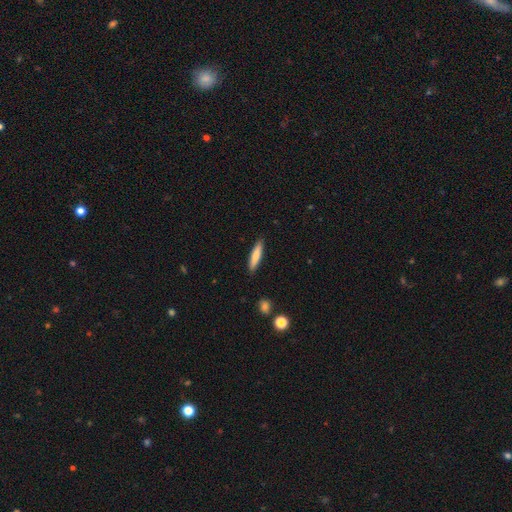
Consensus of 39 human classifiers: Smooth or featured: smooth — 82% (star or artifact — 10%)
How rounded: cigar-shaped — 88% (in between — 9%)
Merging: none — 91% (merger — 6%)